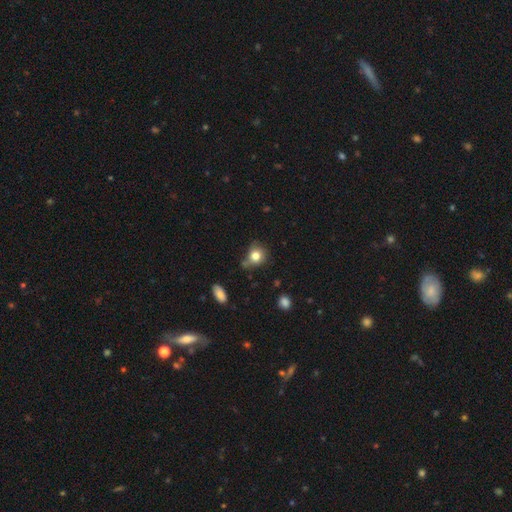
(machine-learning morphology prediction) smooth_or_featured: smooth (p=0.80) [alt: star or artifact p=0.11]
how_rounded: round (p=0.76) [alt: in between p=0.23]
merging: none (p=0.58) [alt: minor disturbance p=0.27]